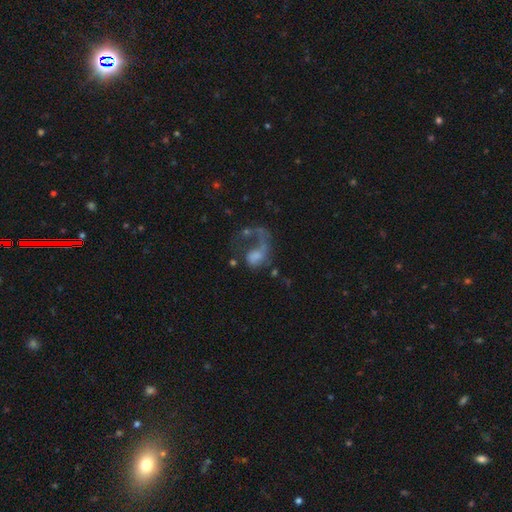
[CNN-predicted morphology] smooth_or_featured: featured or disk (p=0.60) [alt: smooth p=0.27]
disk_edge_on: no (p=0.97) [alt: yes p=0.03]
bar: no (p=0.79) [alt: weak p=0.17]
has_spiral_arms: yes (p=0.64) [alt: no p=0.36]
bulge_size: none (p=0.29) [tied with: moderate p=0.29]
merging: major disturbance (p=0.53) [alt: none p=0.25]